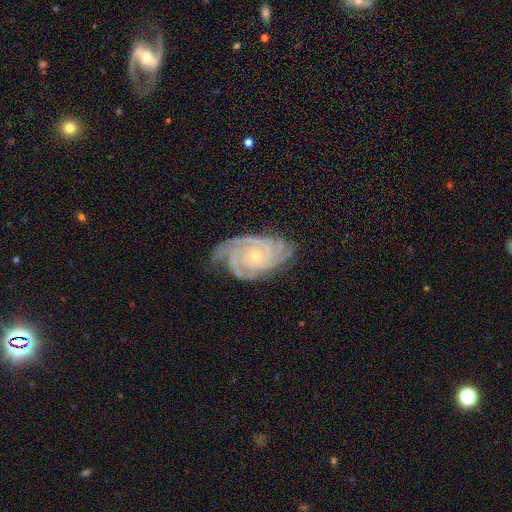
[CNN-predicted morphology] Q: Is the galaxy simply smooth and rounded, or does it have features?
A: featured or disk — 91%.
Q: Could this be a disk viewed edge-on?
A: no — 97%.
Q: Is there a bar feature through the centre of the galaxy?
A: no — 70%.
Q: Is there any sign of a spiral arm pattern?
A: yes — 99%.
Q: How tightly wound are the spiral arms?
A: tight — 79%.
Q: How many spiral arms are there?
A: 3 — 34%.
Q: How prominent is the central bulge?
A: small — 66%.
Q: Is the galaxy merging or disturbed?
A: none — 73%.